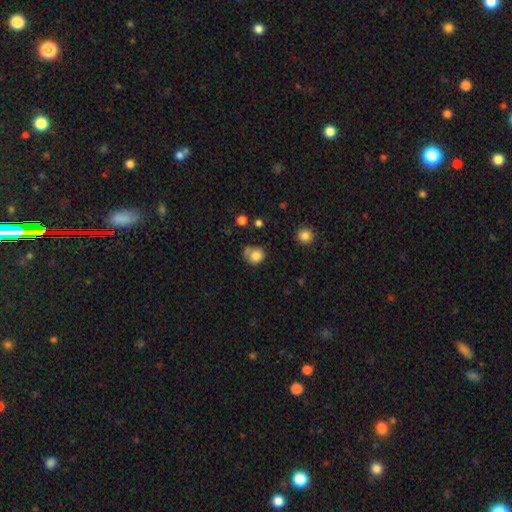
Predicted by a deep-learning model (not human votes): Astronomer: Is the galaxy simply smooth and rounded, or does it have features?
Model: smooth — 81%.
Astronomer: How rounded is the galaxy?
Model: round — 82%.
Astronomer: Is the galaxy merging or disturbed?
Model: none — 55%.